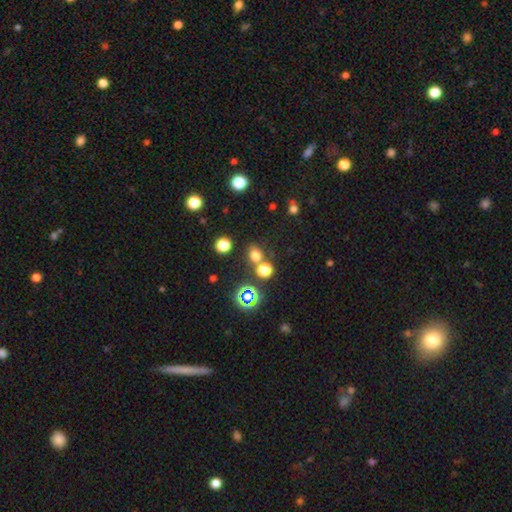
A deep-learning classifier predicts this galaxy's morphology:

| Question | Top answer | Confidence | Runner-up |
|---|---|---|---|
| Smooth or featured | smooth | 66% | star or artifact (26%) |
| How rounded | round | 67% | in between (32%) |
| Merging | none | 65% | merger (21%) |